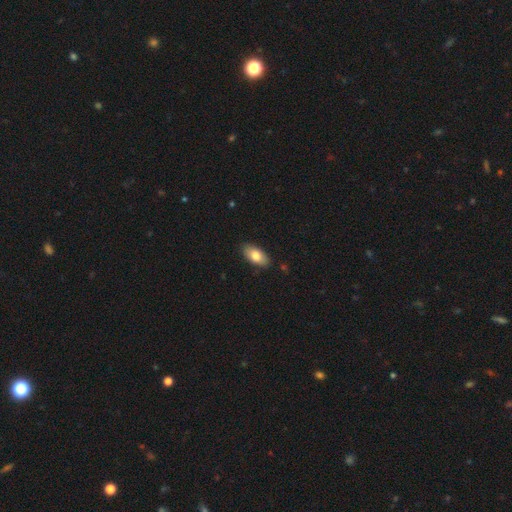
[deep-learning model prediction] Q: Smooth or featured?
A: smooth (78%); runner-up: featured or disk (15%)
Q: How rounded?
A: in between (91%); runner-up: cigar-shaped (6%)
Q: Merging?
A: none (87%); runner-up: minor disturbance (10%)